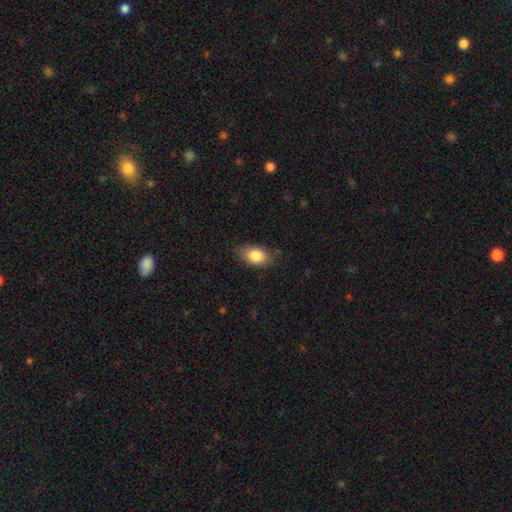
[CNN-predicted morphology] Smooth or featured?
  - smooth: 84% *
  - featured or disk: 8%
  - star or artifact: 7%
How rounded?
  - in between: 89% *
  - round: 8%
  - cigar-shaped: 2%
Merging?
  - none: 79% *
  - minor disturbance: 16%
  - major disturbance: 3%
  - merger: 1%